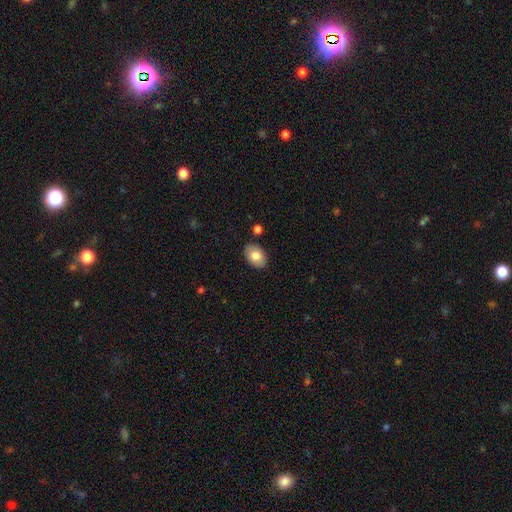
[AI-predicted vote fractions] A smooth galaxy with no disk features (78%) that is in between round and cigar-shaped (85%). Merging: none (86%).